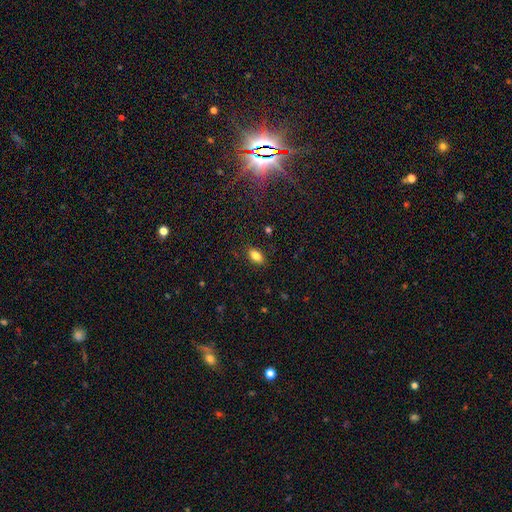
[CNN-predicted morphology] A smooth galaxy with no disk features (83%) that is in between round and cigar-shaped (90%). Merging: none (86%).